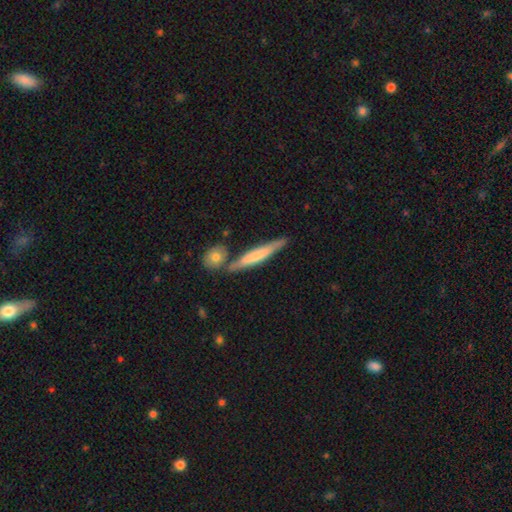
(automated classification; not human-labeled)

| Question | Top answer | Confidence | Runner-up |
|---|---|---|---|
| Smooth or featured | smooth | 52% | featured or disk (42%) |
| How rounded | cigar-shaped | 93% | in between (6%) |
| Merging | none | 75% | minor disturbance (12%) |